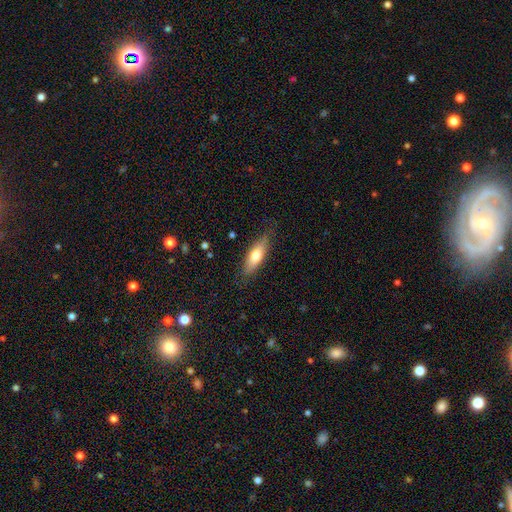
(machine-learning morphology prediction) Smooth or featured? Predicted: smooth (p=0.68). How rounded? Predicted: in between (p=0.53). Merging? Predicted: none (p=0.81).